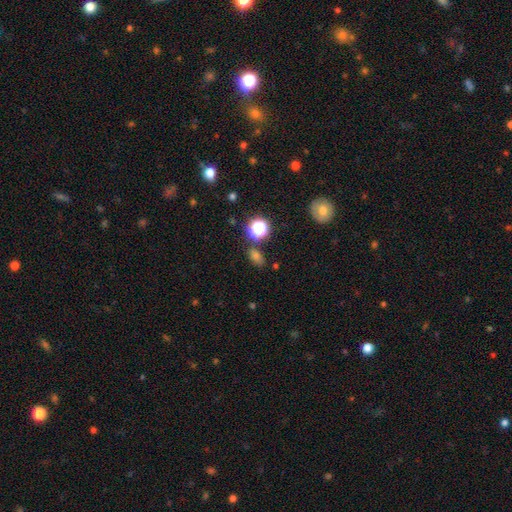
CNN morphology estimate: Smooth or featured? smooth (58%)
How rounded? in between (62%)
Merging? none (77%)